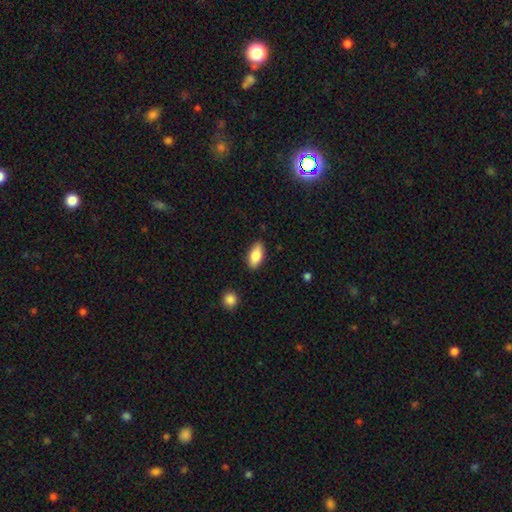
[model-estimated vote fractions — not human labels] Overall: smooth (83%). How rounded: in between (90%). Merging: none (87%).